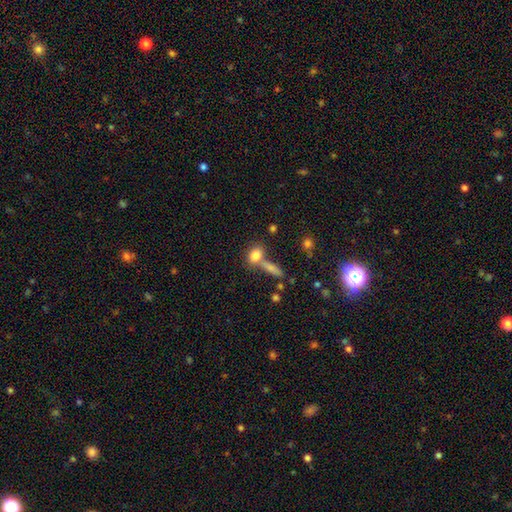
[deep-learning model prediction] smooth-or-featured: smooth: 80% | featured or disk: 11% | star or artifact: 9%
  how-rounded: in between: 70% | round: 22% | cigar-shaped: 8%
  merging: none: 49% | merger: 37% | minor disturbance: 10% | major disturbance: 4%